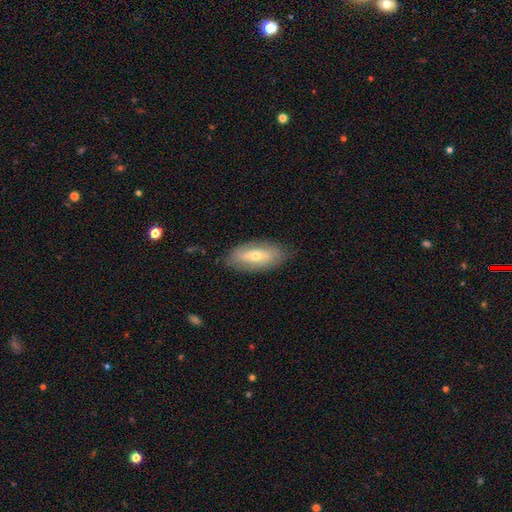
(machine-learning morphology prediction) Overall: featured or disk (48%; smooth 45%). Merging: none (80%).